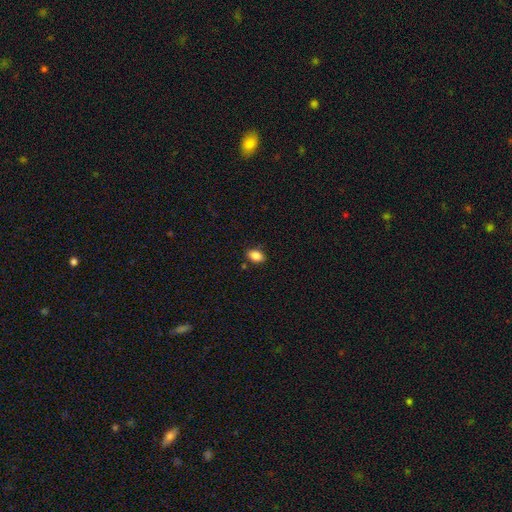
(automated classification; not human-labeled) Smooth or featured? Predicted: smooth (p=0.86). How rounded? Predicted: in between (p=0.85). Merging? Predicted: none (p=0.83).